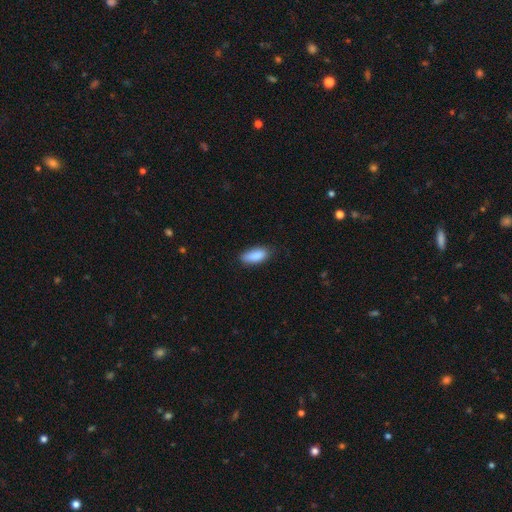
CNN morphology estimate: Smooth or featured? smooth (88%)
How rounded? in between (83%)
Merging? none (78%)